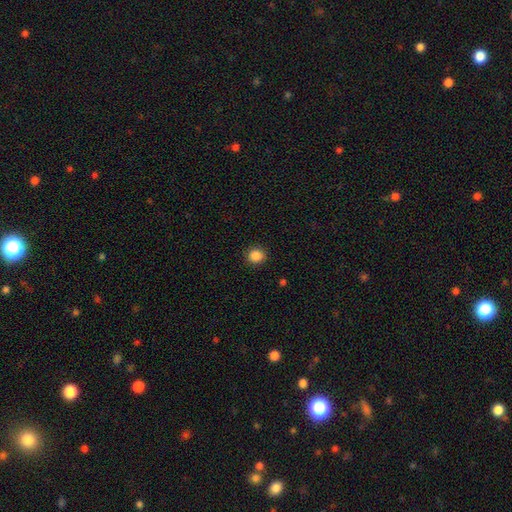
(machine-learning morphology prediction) Smooth or featured? Predicted: smooth (p=0.86). How rounded? Predicted: round (p=0.85). Merging? Predicted: none (p=0.90).